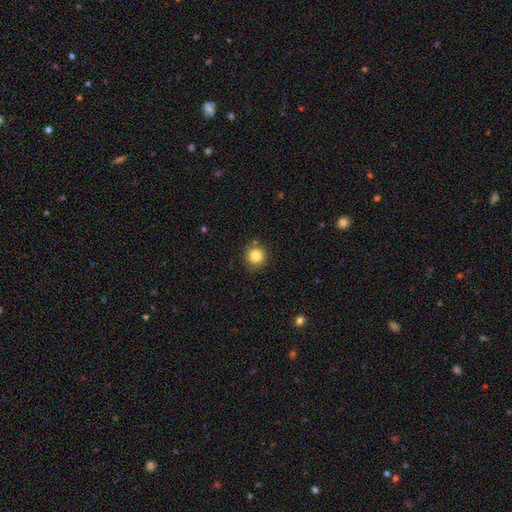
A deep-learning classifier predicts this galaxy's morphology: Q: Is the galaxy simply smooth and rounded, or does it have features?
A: smooth — 84%.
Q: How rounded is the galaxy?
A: round — 94%.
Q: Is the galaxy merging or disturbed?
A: none — 86%.